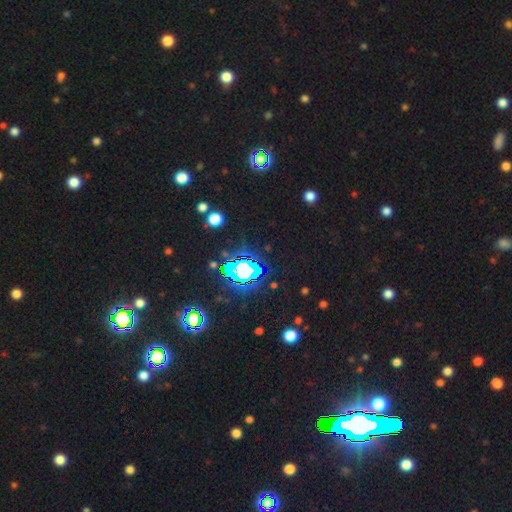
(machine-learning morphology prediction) A star or artifact, not a galaxy (80%).